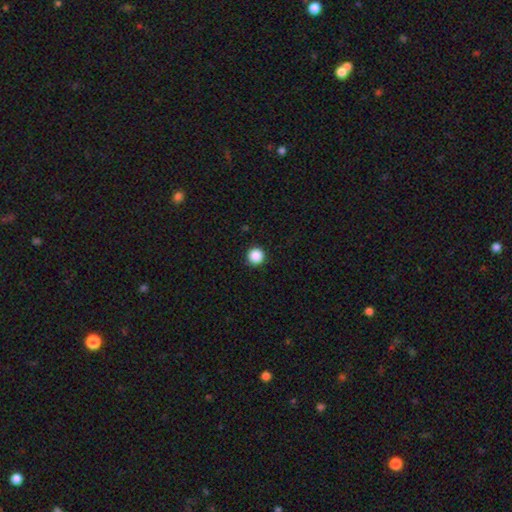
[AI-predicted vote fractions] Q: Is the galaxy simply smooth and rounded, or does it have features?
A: smooth — 88%.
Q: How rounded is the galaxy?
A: round — 97%.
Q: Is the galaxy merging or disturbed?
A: none — 92%.